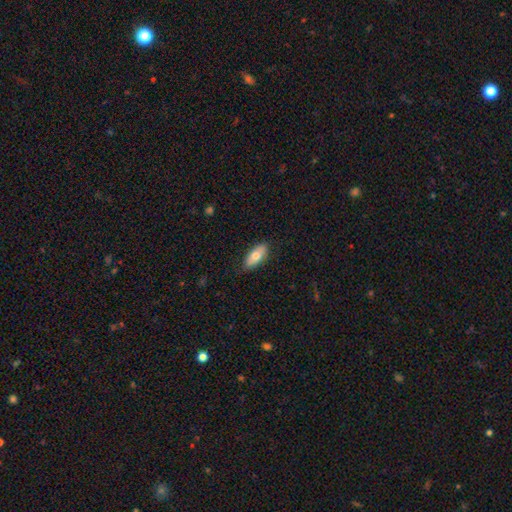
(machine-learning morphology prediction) smooth_or_featured: smooth (p=0.73) [alt: featured or disk p=0.21]
how_rounded: in between (p=0.86) [alt: cigar-shaped p=0.11]
merging: none (p=0.80) [alt: minor disturbance p=0.16]